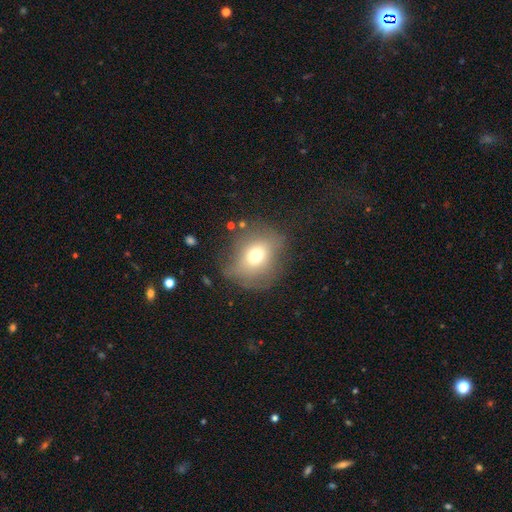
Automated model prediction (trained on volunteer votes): Smooth or featured?
  - smooth: 67% *
  - featured or disk: 20%
  - star or artifact: 14%
How rounded?
  - round: 68% *
  - in between: 31%
  - cigar-shaped: 1%
Merging?
  - none: 65% *
  - minor disturbance: 21%
  - major disturbance: 12%
  - merger: 2%